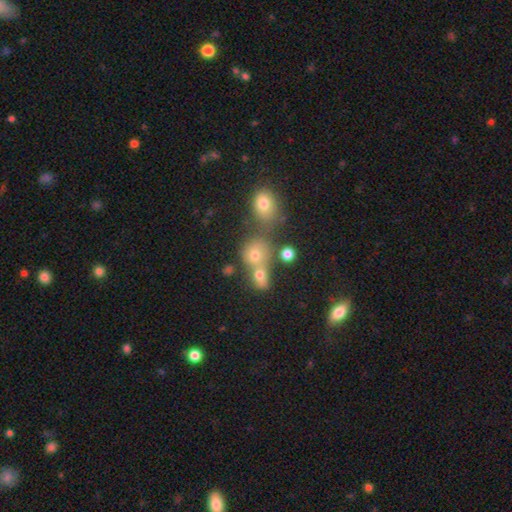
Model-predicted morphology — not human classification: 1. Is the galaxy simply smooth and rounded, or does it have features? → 61% smooth, 23% star or artifact, 16% featured or disk.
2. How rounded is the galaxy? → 72% round, 26% in between, 2% cigar-shaped.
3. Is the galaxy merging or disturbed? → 45% none, 39% merger, 10% minor disturbance, 6% major disturbance.